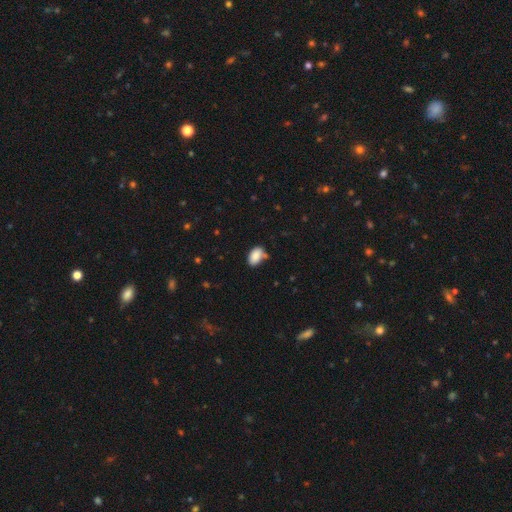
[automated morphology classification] smooth 86%, star or artifact 7%, featured or disk 6%. Down the decision tree: how rounded — in between (91%); merging — none (64%).